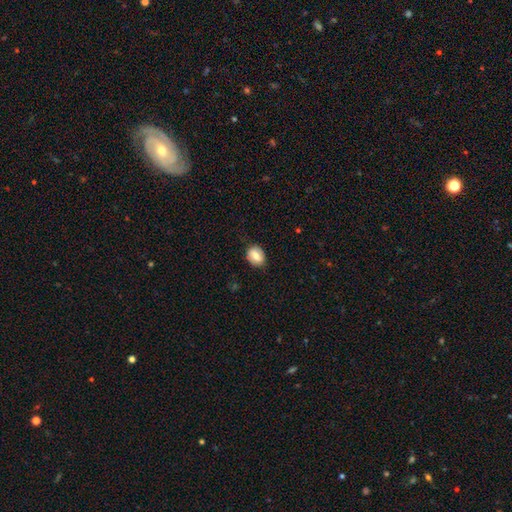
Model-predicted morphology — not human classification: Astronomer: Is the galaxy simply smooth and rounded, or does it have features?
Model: smooth — 69%.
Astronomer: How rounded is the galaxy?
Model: in between — 58% (runner-up: round, 40%).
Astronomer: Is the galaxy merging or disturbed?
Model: none — 82%.